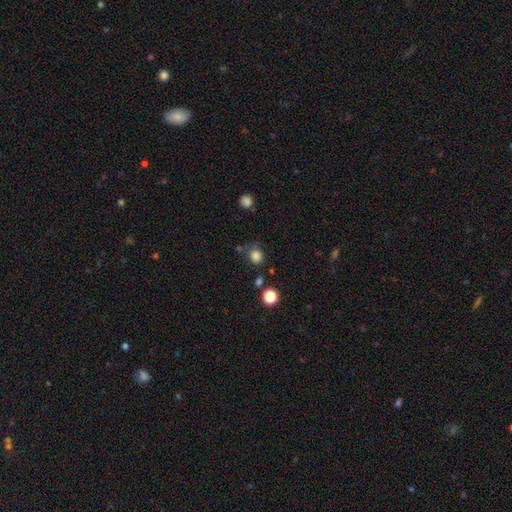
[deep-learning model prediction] Smooth or featured: smooth — 82% (star or artifact — 14%)
How rounded: round — 74% (in between — 25%)
Merging: none — 71% (minor disturbance — 17%)